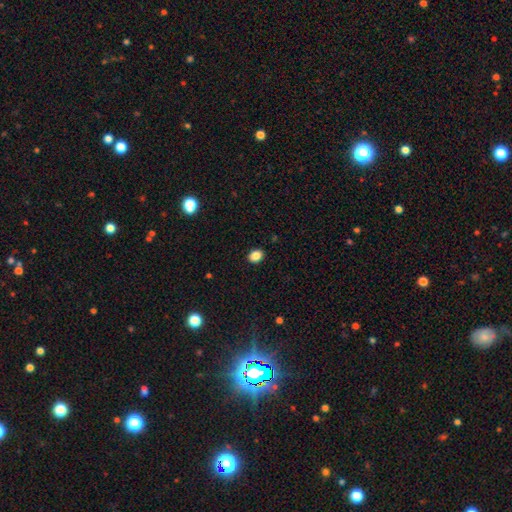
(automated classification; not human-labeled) smooth-or-featured: smooth: 87% | star or artifact: 10% | featured or disk: 3%
  how-rounded: in between: 51% | round: 48% | cigar-shaped: 1%
  merging: none: 91% | minor disturbance: 6% | major disturbance: 2% | merger: 1%